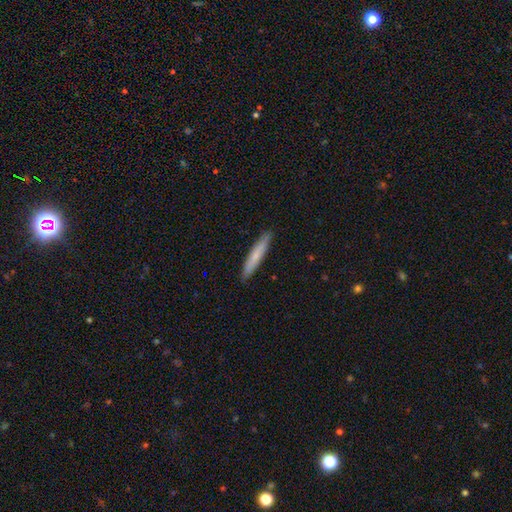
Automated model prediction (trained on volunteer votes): Smooth or featured? smooth (68%)
How rounded? cigar-shaped (93%)
Merging? none (90%)